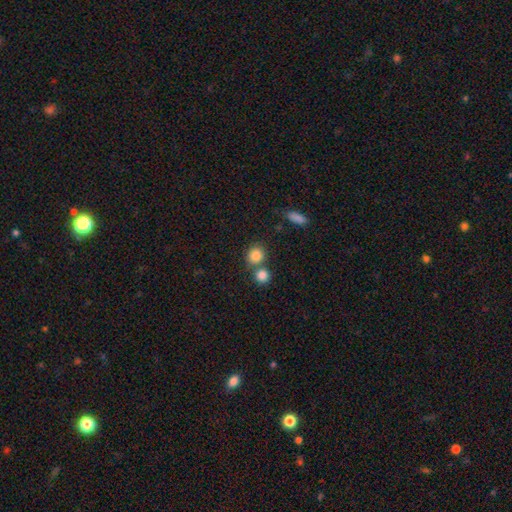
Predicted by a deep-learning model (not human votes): A smooth galaxy with no disk features (84%) that is round (79%).

Vote fractions:
- Smooth or featured? smooth: 84% / star or artifact: 10% / featured or disk: 6%
- How rounded? round: 79% / in between: 19% / cigar-shaped: 1%
- Merging? none: 57% / merger: 32% / minor disturbance: 8% / major disturbance: 3%